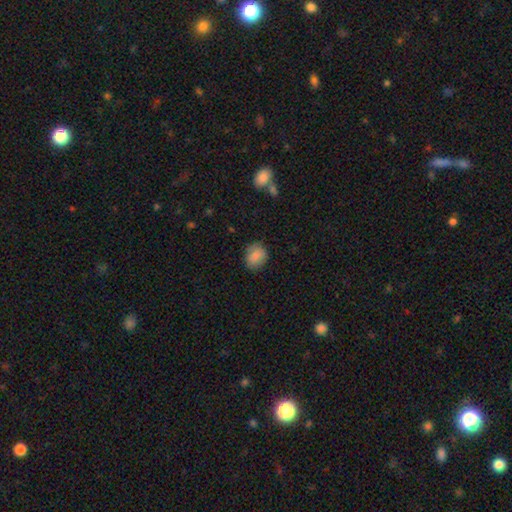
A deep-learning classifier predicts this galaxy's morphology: Smooth or featured? smooth (85%)
How rounded? round (60%)
Merging? none (80%)